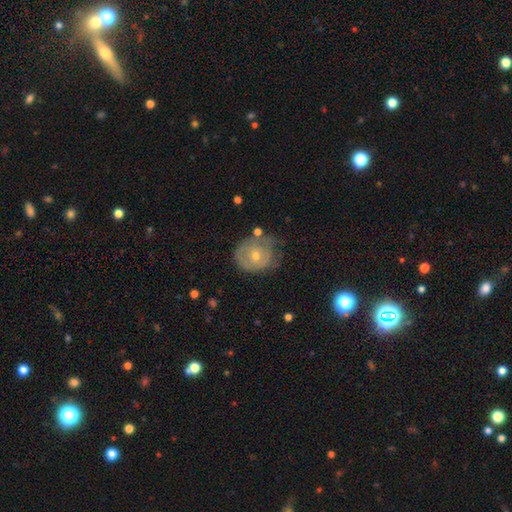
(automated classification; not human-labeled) Smooth or featured: featured or disk — 58% (smooth — 33%)
Edge-on disk: no — 96% (yes — 4%)
Bar: no — 81% (weak — 16%)
Spiral arms: yes — 56% (no — 44%)
Bulge size: small — 49% (moderate — 47%)
Merging: none — 56% (minor disturbance — 29%)